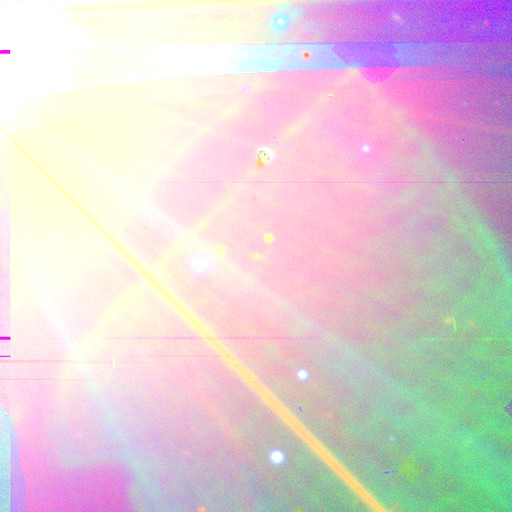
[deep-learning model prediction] star or artifact 86%, featured or disk 8%, smooth 7%.